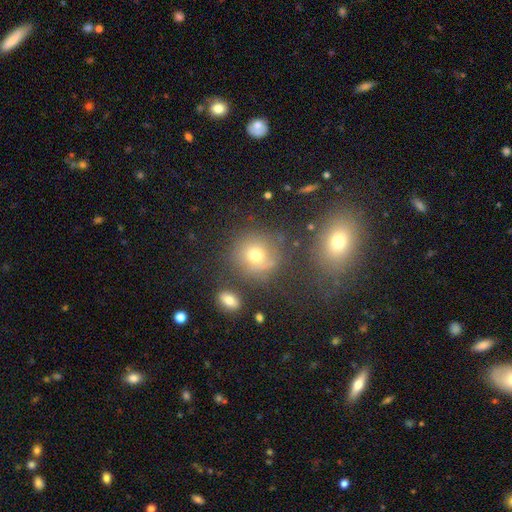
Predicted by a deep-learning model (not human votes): A smooth galaxy with no disk features (67%) that is round (85%). Merging: none (69%).